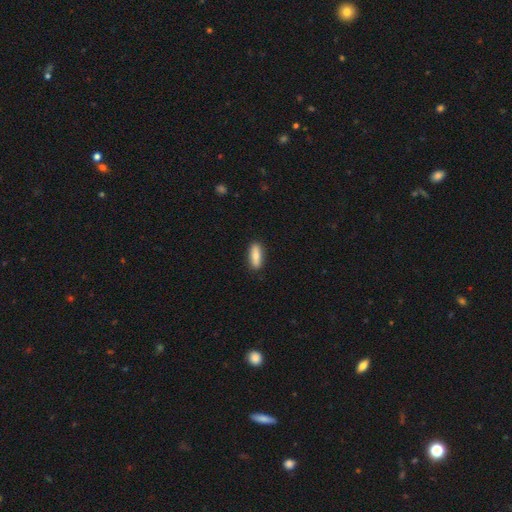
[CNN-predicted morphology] The model was most divided on "how rounded": in between: 57%, cigar-shaped: 40%, round: 3%. More confident: merging — none (88%); smooth or featured — smooth (79%).